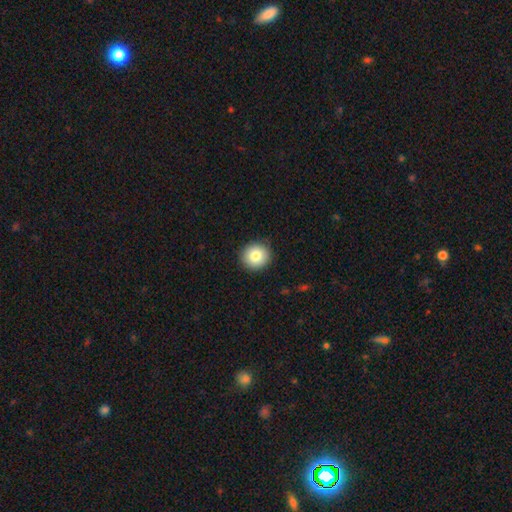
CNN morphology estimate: smooth 83%, star or artifact 9%, featured or disk 8%. Down the decision tree: how rounded — round (90%); merging — none (90%).